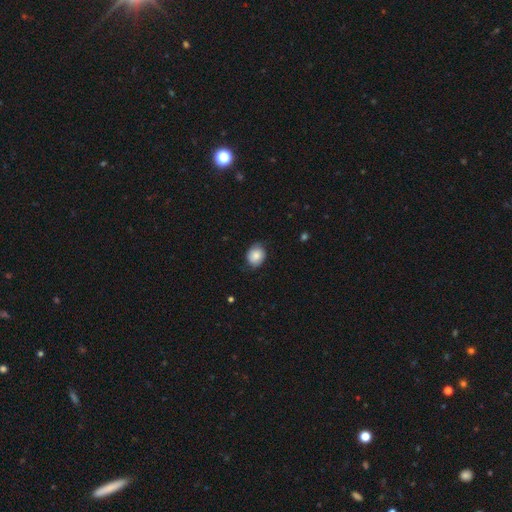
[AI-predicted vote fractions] Morphology: type=smooth (79%); roundness=round (56%); merging=none (73%).